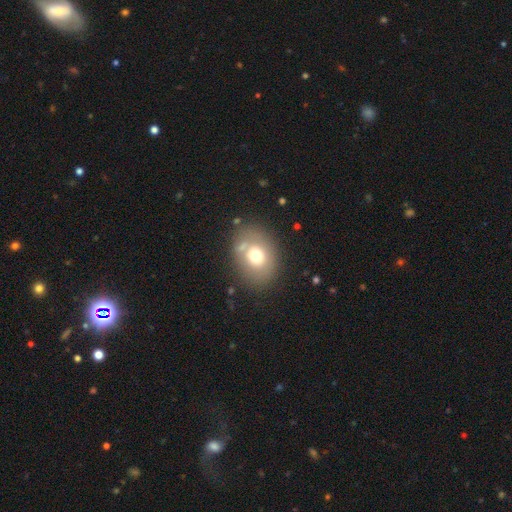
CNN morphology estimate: A smooth galaxy with no disk features (67%) that is in between round and cigar-shaped (57%).

Vote fractions:
- Smooth or featured? smooth: 67% / featured or disk: 22% / star or artifact: 11%
- How rounded? in between: 57% / round: 42% / cigar-shaped: 1%
- Merging? none: 74% / minor disturbance: 14% / merger: 6% / major disturbance: 6%